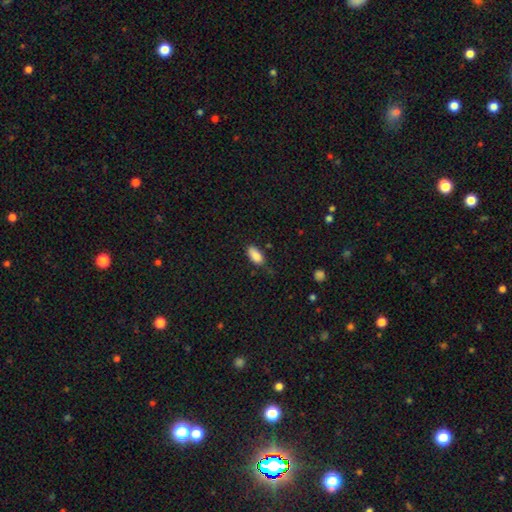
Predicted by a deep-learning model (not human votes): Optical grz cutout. It shows a smooth galaxy with no disk features (88%) that is in between round and cigar-shaped (90%). Merging: none (70%).